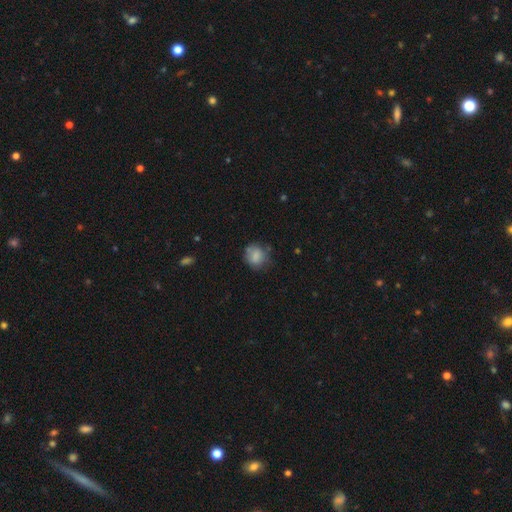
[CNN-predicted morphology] Smooth or featured: smooth — 79% (featured or disk — 12%)
How rounded: round — 75% (in between — 24%)
Merging: none — 66% (minor disturbance — 24%)